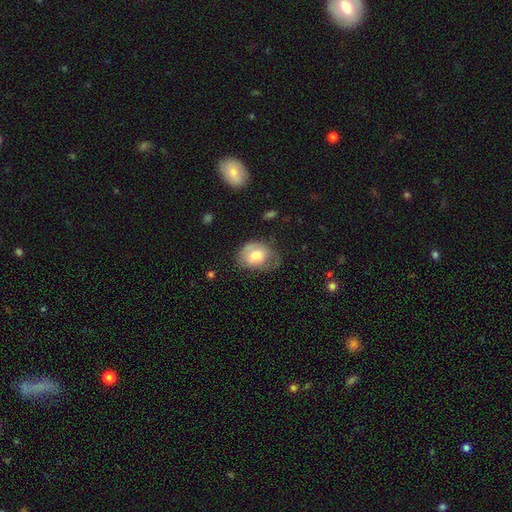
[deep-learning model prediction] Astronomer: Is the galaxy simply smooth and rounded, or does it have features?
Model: smooth — 68%.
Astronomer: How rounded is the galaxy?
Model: in between — 61% (runner-up: round, 38%).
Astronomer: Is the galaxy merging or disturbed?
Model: none — 44% (runner-up: minor disturbance, 34%).